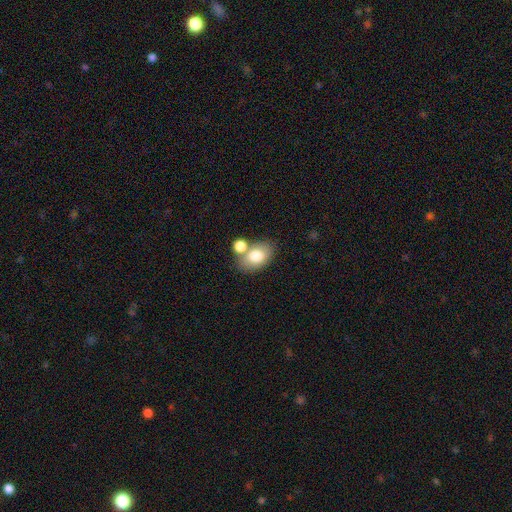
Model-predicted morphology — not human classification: Smooth or featured? Predicted: smooth (p=0.78). How rounded? Predicted: in between (p=0.84). Merging? Predicted: none (p=0.58).